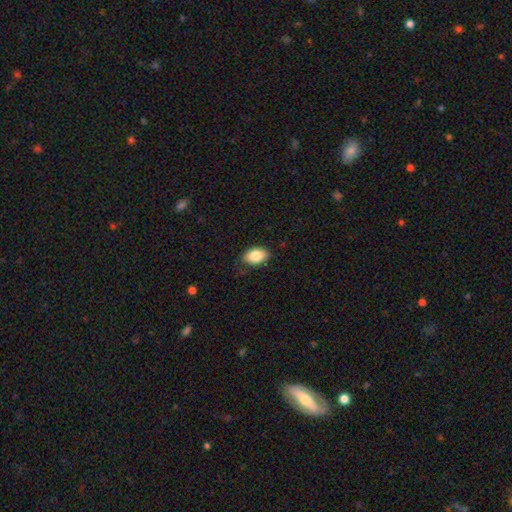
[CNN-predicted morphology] This is clearly a smooth galaxy (84%). How rounded: clearly in between (90%). Merging: clearly none (83%).